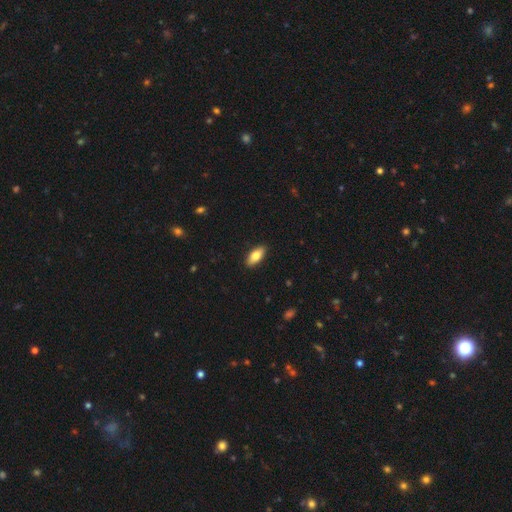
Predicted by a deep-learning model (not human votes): Overall: smooth (81%). How rounded: in between (87%). Merging: none (90%).